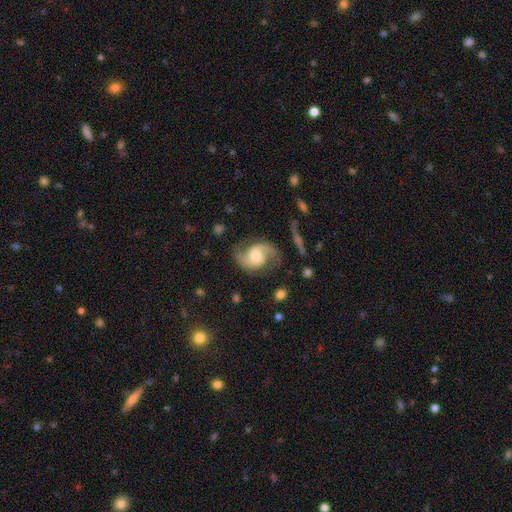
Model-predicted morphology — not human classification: Q: Smooth or featured?
A: featured or disk (89%); runner-up: smooth (6%)
Q: Edge-on disk?
A: no (98%); runner-up: yes (2%)
Q: Bar?
A: no (53%); runner-up: weak (38%)
Q: Spiral arms?
A: yes (98%); runner-up: no (2%)
Q: Spiral winding?
A: medium (50%); runner-up: loose (38%)
Q: Spiral arm count?
A: 2 (93%); runner-up: can't tell (2%)
Q: Bulge size?
A: moderate (57%); runner-up: small (28%)
Q: Merging?
A: none (77%); runner-up: minor disturbance (15%)